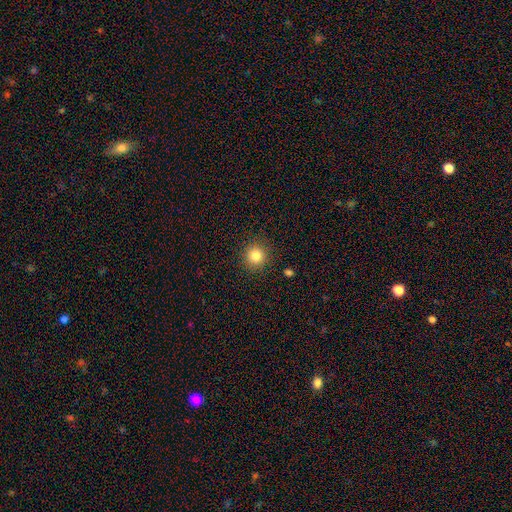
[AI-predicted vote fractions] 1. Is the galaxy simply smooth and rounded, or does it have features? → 84% smooth, 11% star or artifact, 5% featured or disk.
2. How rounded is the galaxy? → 94% round, 6% in between, 1% cigar-shaped.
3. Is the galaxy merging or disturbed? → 91% none, 6% minor disturbance, 2% major disturbance, 1% merger.